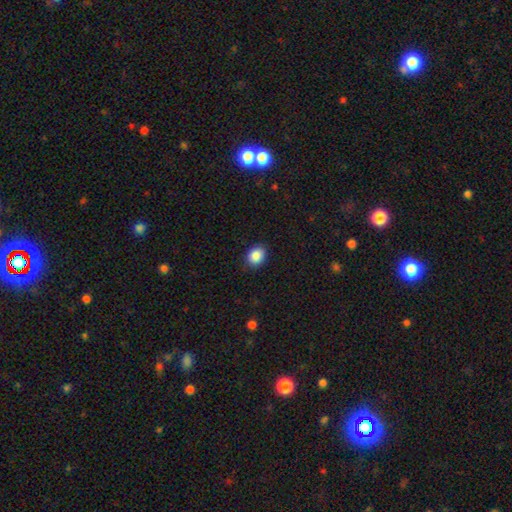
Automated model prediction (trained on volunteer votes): smooth 87%, star or artifact 9%, featured or disk 4%. Down the decision tree: how rounded — round (50%); merging — none (88%).